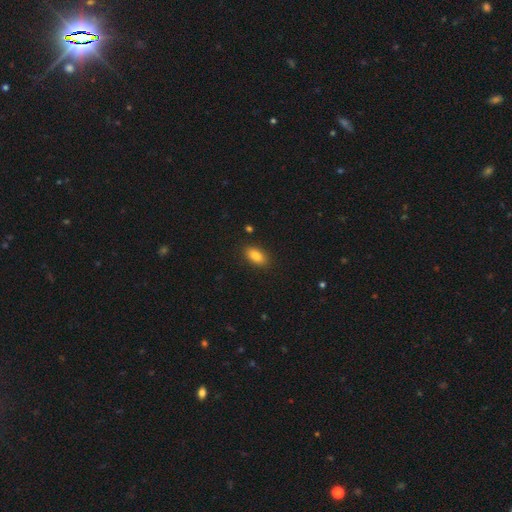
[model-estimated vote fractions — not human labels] Morphology: type=smooth (85%); roundness=in between (89%); merging=none (88%).